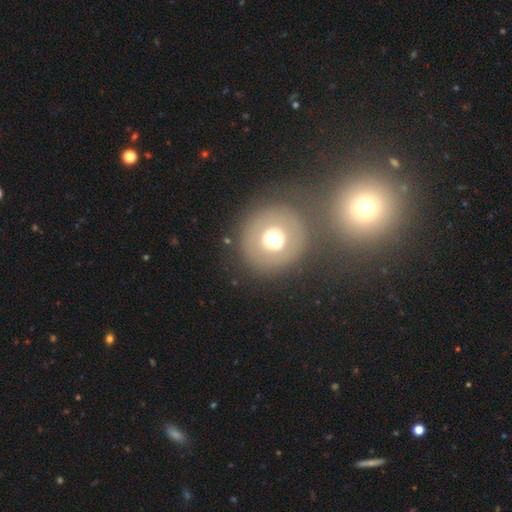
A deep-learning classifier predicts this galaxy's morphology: Smooth or featured? smooth (56%)
How rounded? round (90%)
Merging? none (72%)